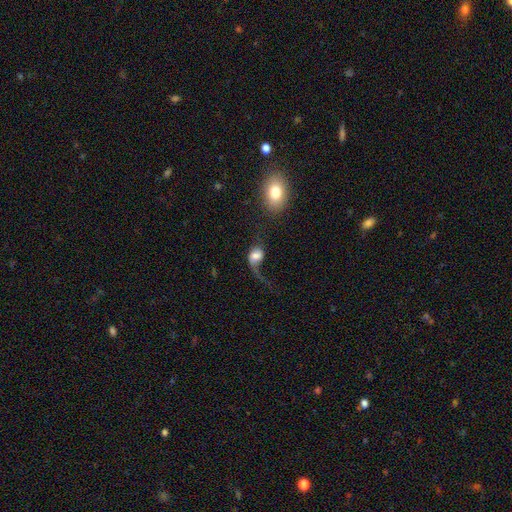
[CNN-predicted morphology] A smooth galaxy with no disk features (53%) that is in between round and cigar-shaped (57%). Merging: major disturbance (53%).